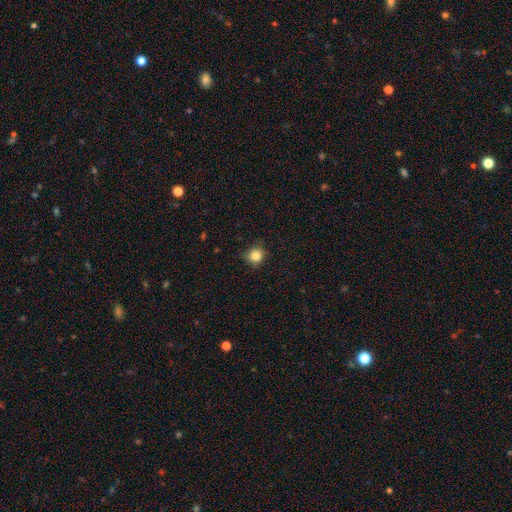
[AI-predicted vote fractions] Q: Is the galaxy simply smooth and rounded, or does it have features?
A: smooth — 84%.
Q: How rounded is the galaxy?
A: round — 89%.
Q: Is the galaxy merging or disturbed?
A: none — 80%.